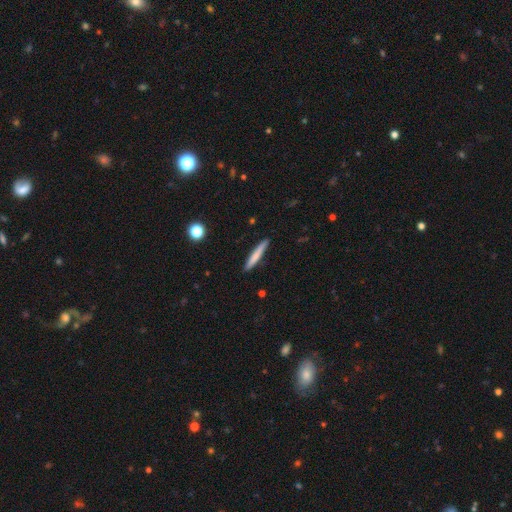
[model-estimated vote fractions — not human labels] This is likely a smooth galaxy (74%). How rounded: clearly cigar-shaped (95%). Merging: clearly none (90%).